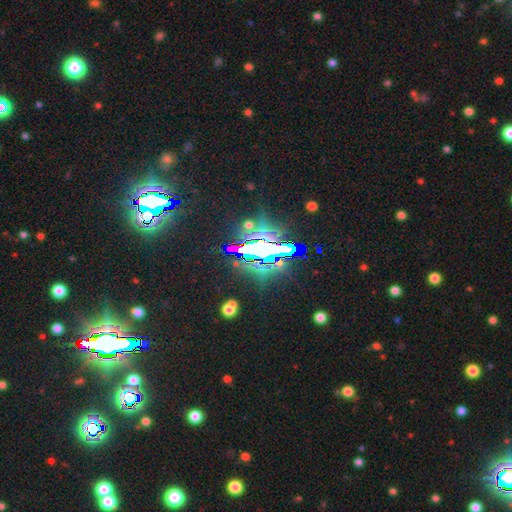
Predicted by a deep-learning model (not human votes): smooth-or-featured: star or artifact: 81% | featured or disk: 11% | smooth: 8%